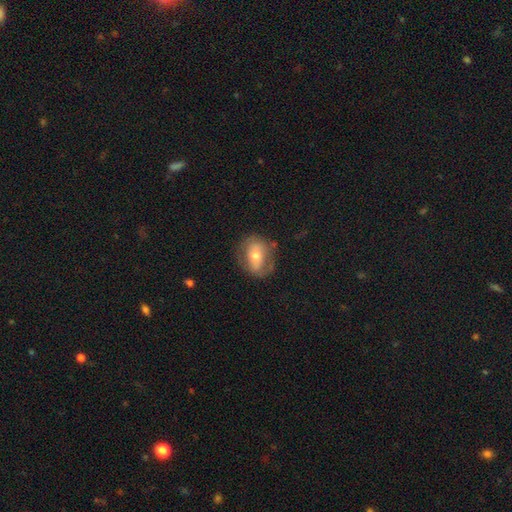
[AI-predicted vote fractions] Smooth or featured?
  - smooth: 48% *
  - featured or disk: 44%
  - star or artifact: 8%
Merging?
  - none: 69% *
  - minor disturbance: 19%
  - major disturbance: 10%
  - merger: 2%